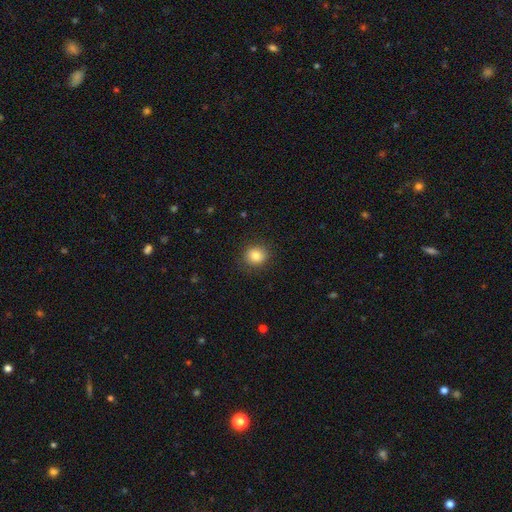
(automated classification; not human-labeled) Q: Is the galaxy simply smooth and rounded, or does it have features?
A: smooth — 83%.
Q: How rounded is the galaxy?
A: round — 79%.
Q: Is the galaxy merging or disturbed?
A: none — 88%.